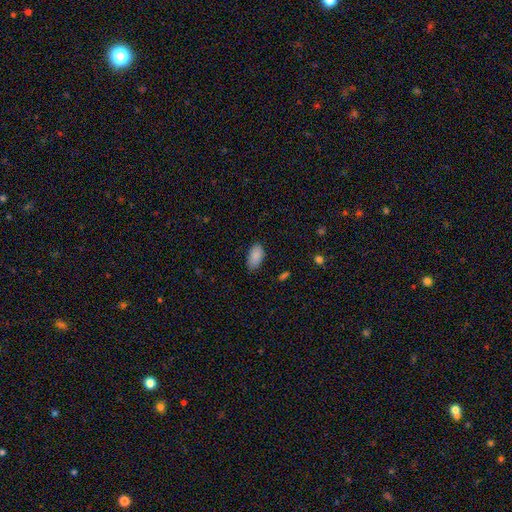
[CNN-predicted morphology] The model was most divided on "merging": none: 77%, minor disturbance: 19%, major disturbance: 3%, merger: 1%. More confident: how rounded — in between (94%); smooth or featured — smooth (88%).